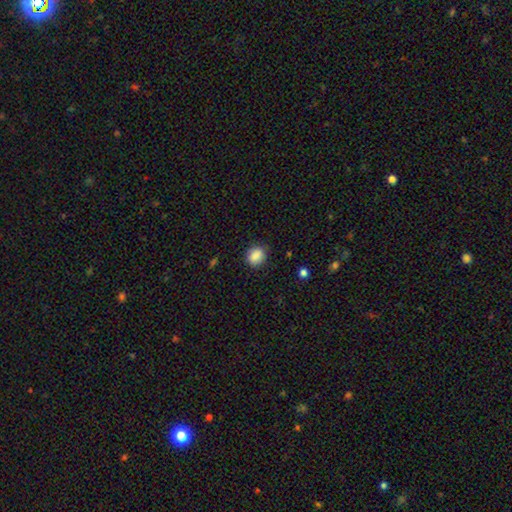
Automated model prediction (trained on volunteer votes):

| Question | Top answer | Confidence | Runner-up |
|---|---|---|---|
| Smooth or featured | smooth | 87% | star or artifact (9%) |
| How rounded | round | 65% | in between (34%) |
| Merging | none | 84% | minor disturbance (12%) |